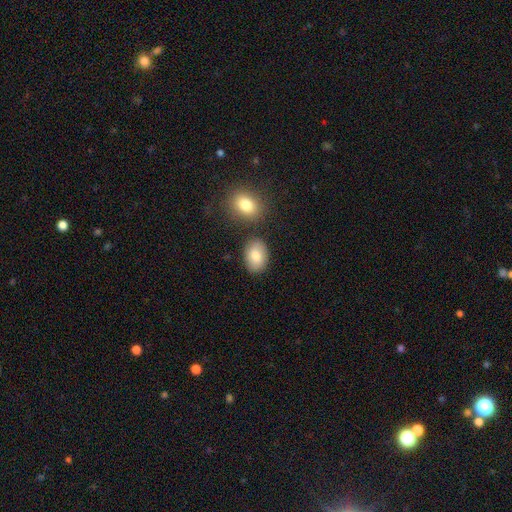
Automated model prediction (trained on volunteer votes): This is clearly a smooth galaxy (82%). How rounded: likely in between (80%). Merging: likely none (79%).